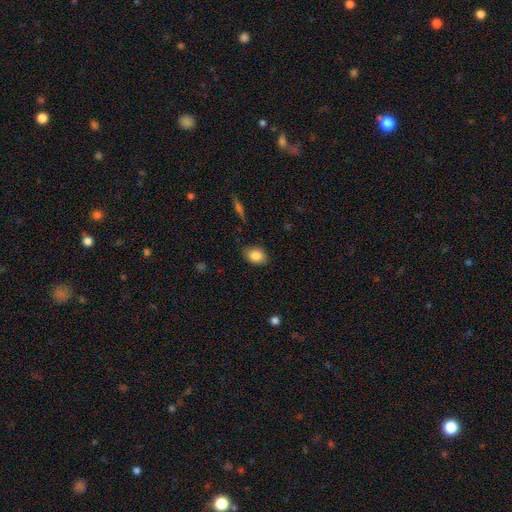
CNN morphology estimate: type=smooth (84%); roundness=in between (79%); merging=none (83%).